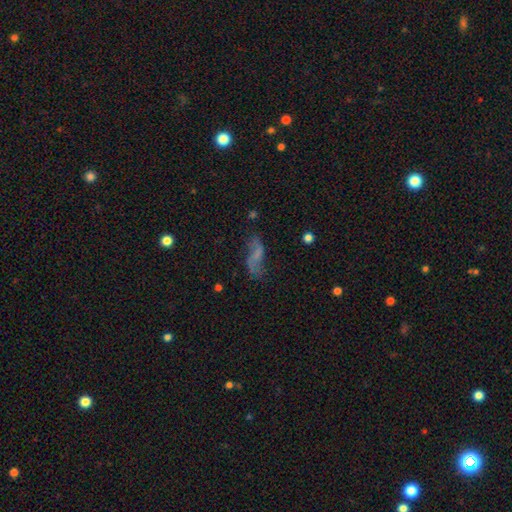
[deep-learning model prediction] A featured or disk galaxy (53%). Merging: none (58%).